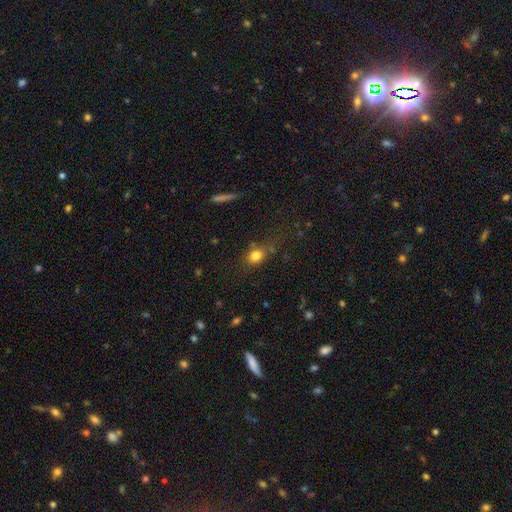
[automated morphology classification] The model was most divided on "how rounded": in between: 50%, round: 48%, cigar-shaped: 3%. More confident: smooth or featured — smooth (81%); merging — none (67%).